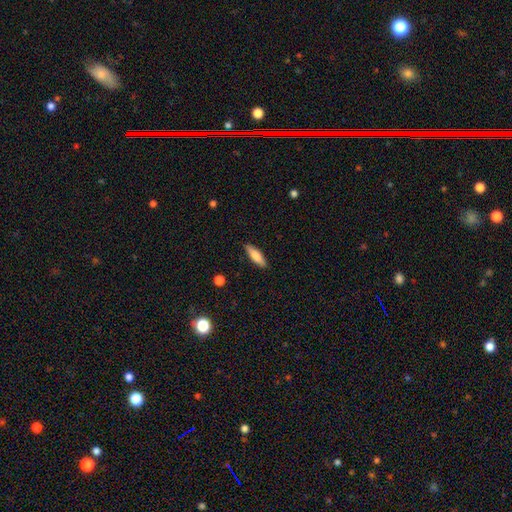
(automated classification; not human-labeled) This is likely a smooth galaxy (76%). How rounded: possibly cigar-shaped (57%). Merging: clearly none (88%).